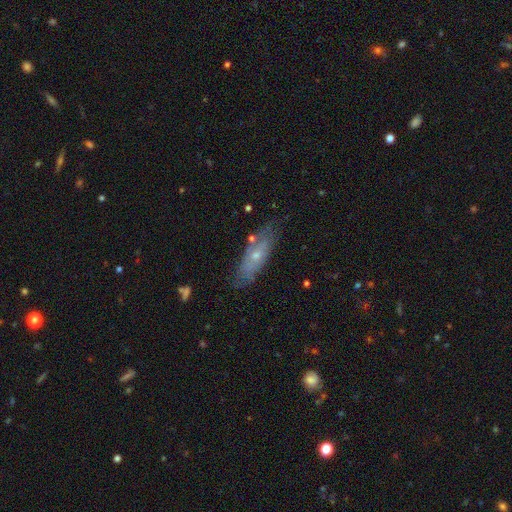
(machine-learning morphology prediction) Smooth or featured? Predicted: featured or disk (p=0.52). Edge-on disk? Predicted: no (p=0.66). Merging? Predicted: none (p=0.71).